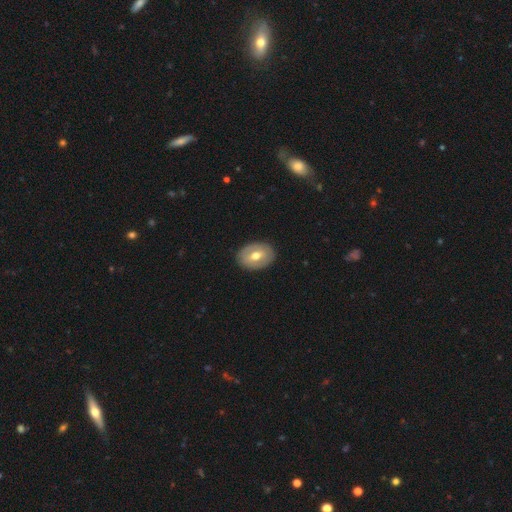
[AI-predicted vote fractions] smooth_or_featured: smooth (p=0.52) [alt: featured or disk p=0.42]
how_rounded: in between (p=0.75) [alt: round p=0.23]
merging: none (p=0.87) [alt: minor disturbance p=0.10]